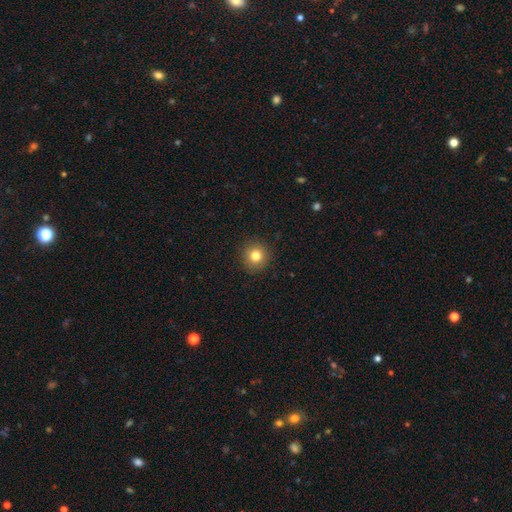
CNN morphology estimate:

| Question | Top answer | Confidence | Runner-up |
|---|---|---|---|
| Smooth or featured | smooth | 80% | star or artifact (11%) |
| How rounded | round | 94% | in between (5%) |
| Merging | none | 91% | minor disturbance (6%) |